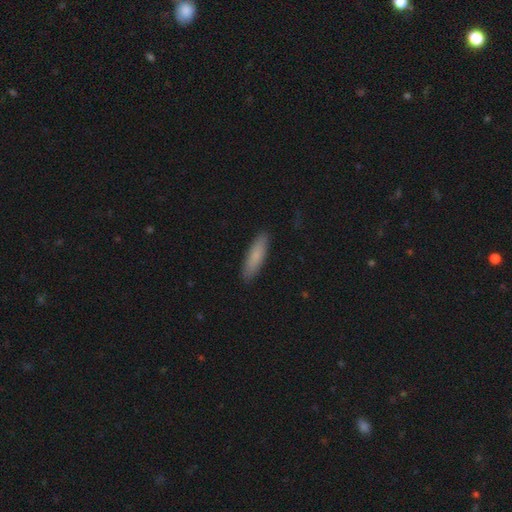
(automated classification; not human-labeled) This appears to be a smooth galaxy with no disk features (80%) that is cigar-shaped (67%). Merging: none (89%).